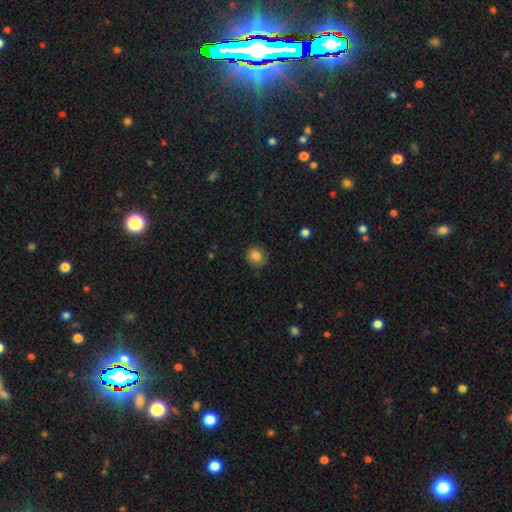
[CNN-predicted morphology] smooth 84%, star or artifact 10%, featured or disk 6%. Down the decision tree: how rounded — round (87%); merging — none (85%).